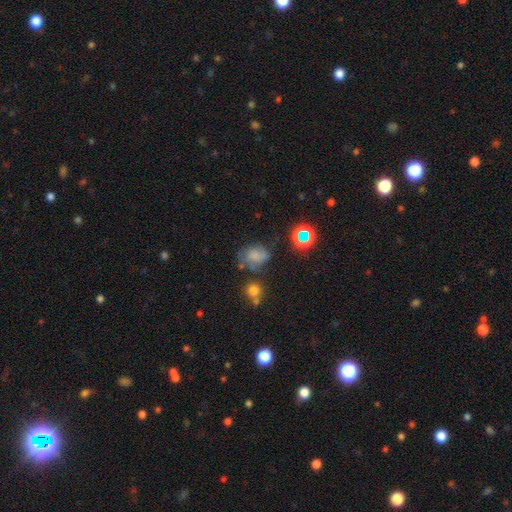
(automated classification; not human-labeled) This is possibly a smooth galaxy (57%). How rounded: possibly round (55%). Merging: possibly none (45%).